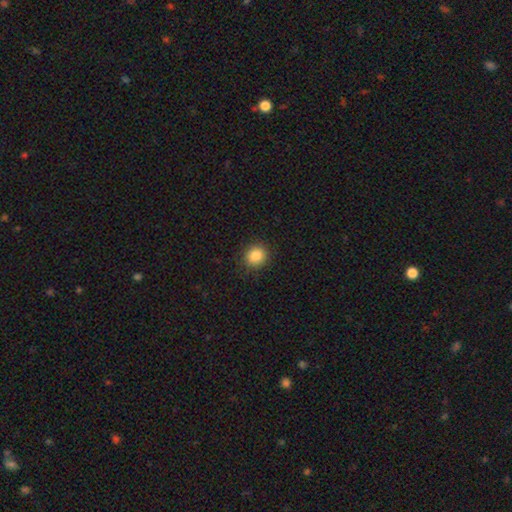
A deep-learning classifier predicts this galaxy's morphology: smooth 86%, star or artifact 10%, featured or disk 4%. Down the decision tree: how rounded — round (85%); merging — none (90%).